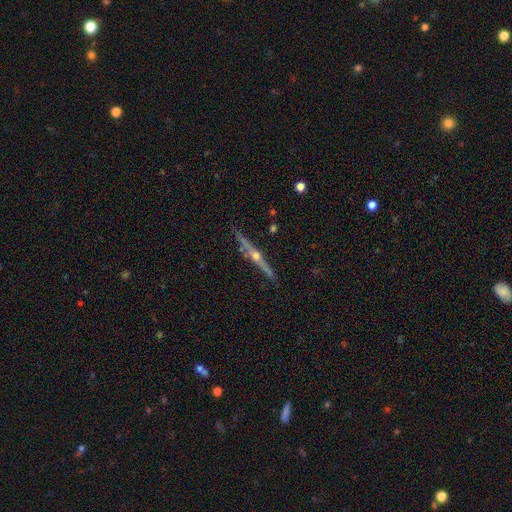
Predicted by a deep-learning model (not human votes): Smooth or featured?
  - featured or disk: 85% *
  - smooth: 9%
  - star or artifact: 6%
Edge-on disk?
  - yes: 98% *
  - no: 2%
Edge-on bulge?
  - rounded: 93% *
  - none: 5%
  - boxy: 3%
Merging?
  - none: 90% *
  - minor disturbance: 7%
  - major disturbance: 2%
  - merger: 1%